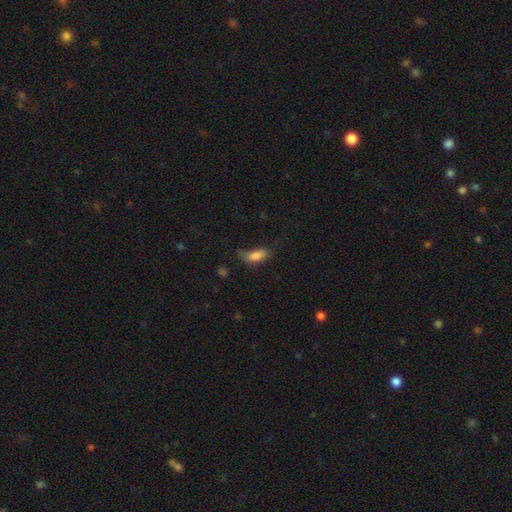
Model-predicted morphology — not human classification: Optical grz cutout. It shows a smooth galaxy with no disk features (83%) that is in between round and cigar-shaped (84%). Merging: none (47%).